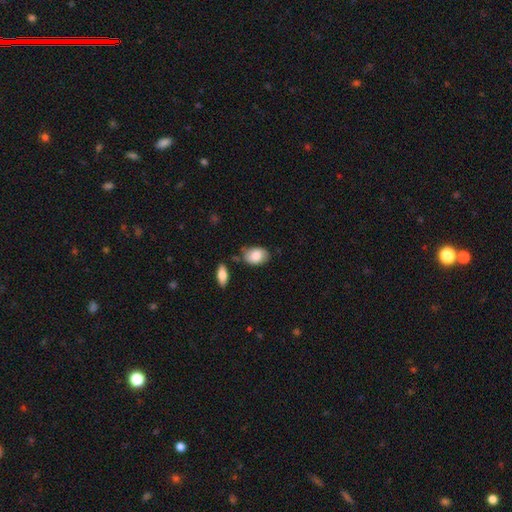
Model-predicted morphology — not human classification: Overall: smooth (82%). How rounded: in between (84%). Merging: none (67%).